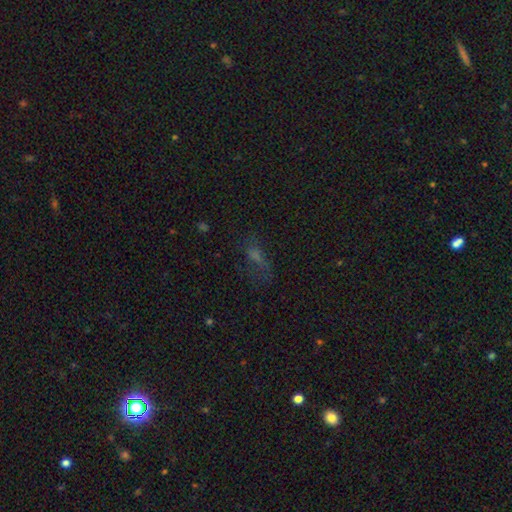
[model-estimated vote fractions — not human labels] smooth-or-featured: star or artifact: 38% | smooth: 37% | featured or disk: 25%